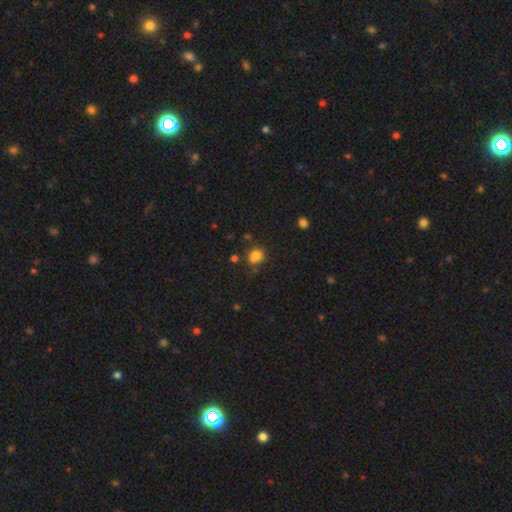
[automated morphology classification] The model was most divided on "how rounded": round: 60%, in between: 40%, cigar-shaped: 1%. More confident: smooth or featured — smooth (82%); merging — none (73%).